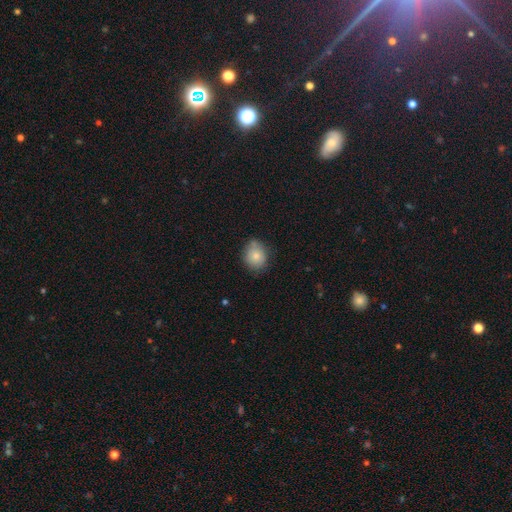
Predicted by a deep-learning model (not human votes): Smooth or featured? smooth (78%)
How rounded? round (67%)
Merging? none (66%)